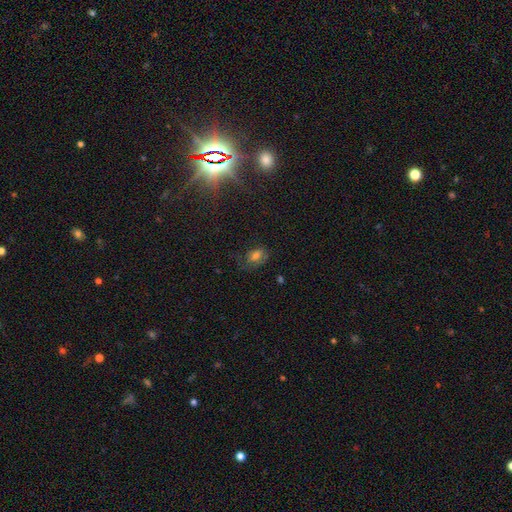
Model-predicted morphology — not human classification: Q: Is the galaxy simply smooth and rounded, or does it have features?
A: smooth — 63%.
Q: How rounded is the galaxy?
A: in between — 79%.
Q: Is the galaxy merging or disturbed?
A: none — 58%.